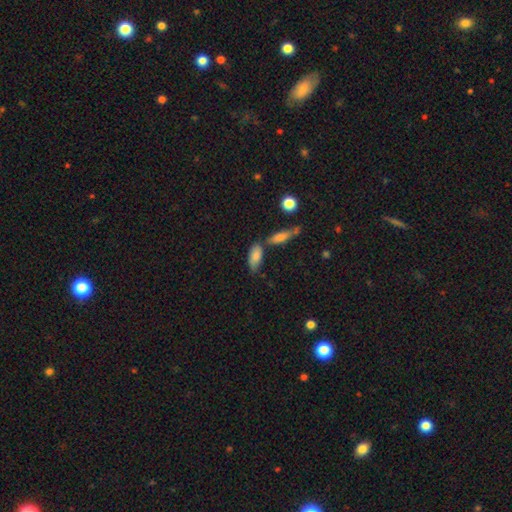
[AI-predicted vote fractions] smooth-or-featured: smooth: 83% | featured or disk: 10% | star or artifact: 7%
  how-rounded: in between: 84% | cigar-shaped: 14% | round: 3%
  merging: none: 59% | merger: 19% | minor disturbance: 17% | major disturbance: 4%